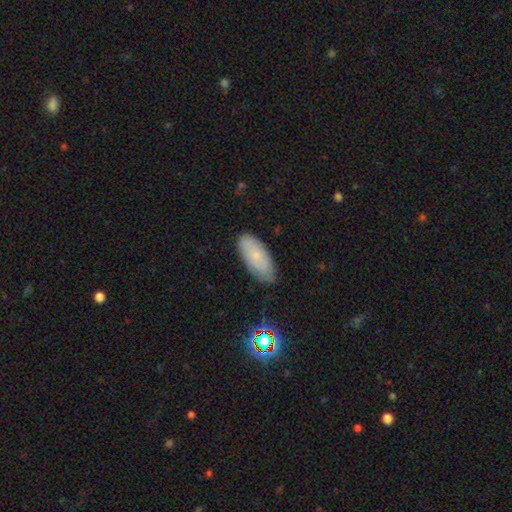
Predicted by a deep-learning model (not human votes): Overall: smooth (72%). How rounded: in between (85%). Merging: none (76%).